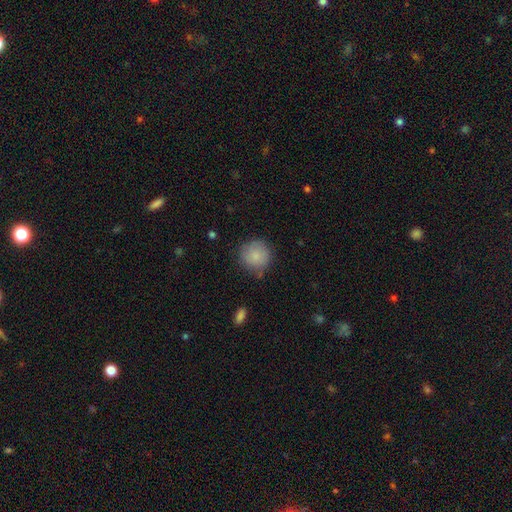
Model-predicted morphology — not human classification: Overall: smooth (85%). How rounded: round (92%). Merging: none (73%).